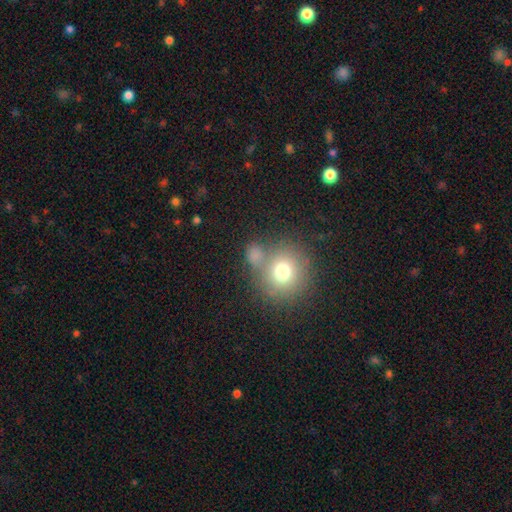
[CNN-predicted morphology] This is likely a smooth galaxy (71%). How rounded: likely round (74%). Merging: possibly none (54%).